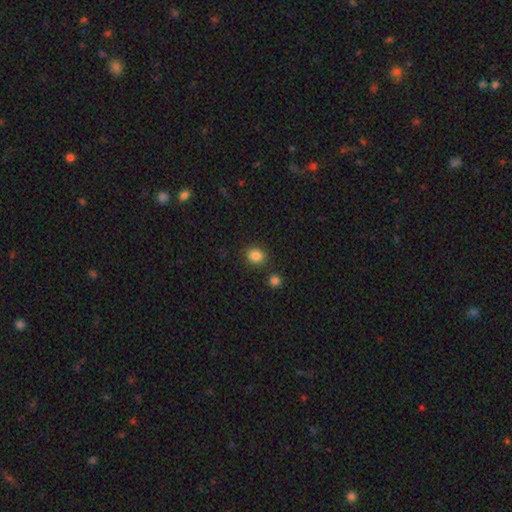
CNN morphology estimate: This is clearly a smooth galaxy (86%). How rounded: likely round (67%). Merging: clearly none (83%).